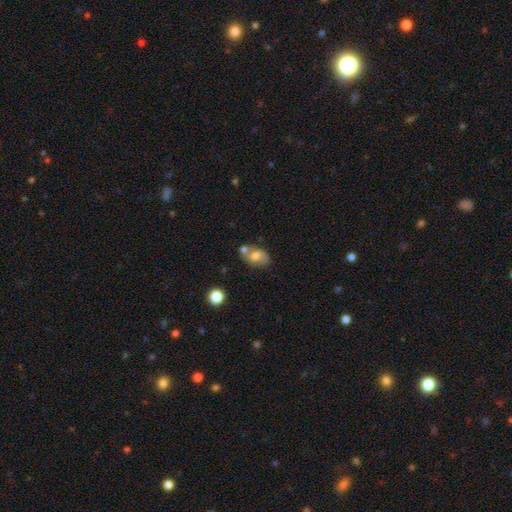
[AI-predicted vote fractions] This is likely a smooth galaxy (62%). How rounded: clearly in between (80%). Merging: possibly none (48%).